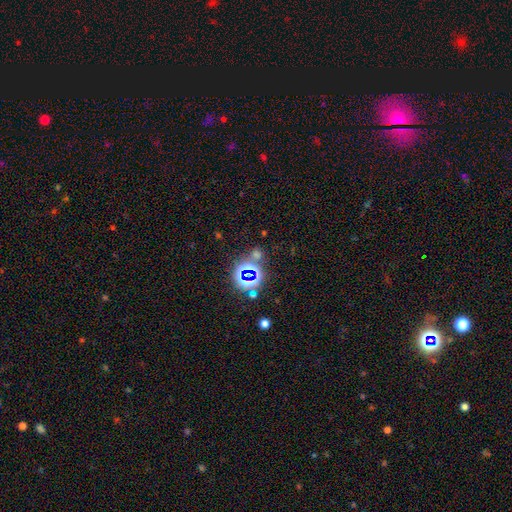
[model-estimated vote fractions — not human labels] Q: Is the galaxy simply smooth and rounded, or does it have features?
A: star or artifact — 67%.